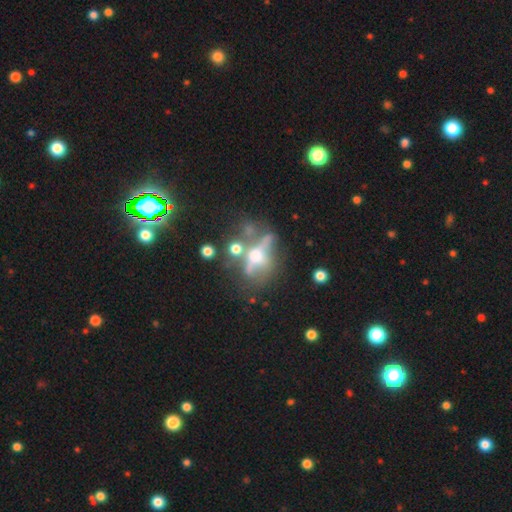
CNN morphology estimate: type=featured or disk (59%); edge-on=no (66%); merging=none (40%).